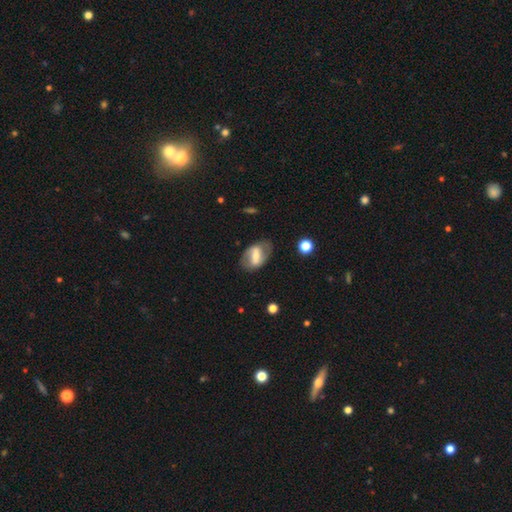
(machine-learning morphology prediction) The model was most divided on "bulge size": moderate: 41%, small: 37%, large: 10%, none: 10%, dominant: 2%. More confident: edge-on disk — no (92%); merging — none (73%); bar — strong (61%); smooth or featured — featured or disk (60%); spiral arms — yes (52%).